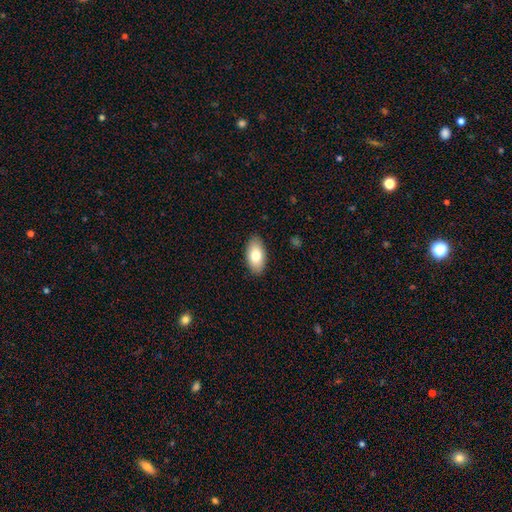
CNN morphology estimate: Q: Smooth or featured?
A: smooth (79%); runner-up: featured or disk (15%)
Q: How rounded?
A: in between (94%); runner-up: round (3%)
Q: Merging?
A: none (88%); runner-up: minor disturbance (9%)